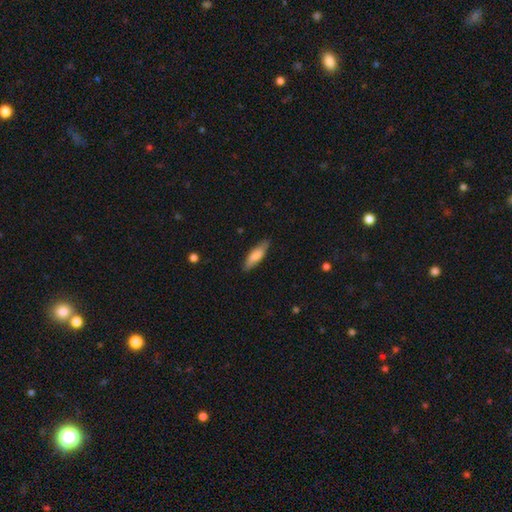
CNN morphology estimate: Smooth or featured? smooth (79%)
How rounded? cigar-shaped (53%)
Merging? none (83%)